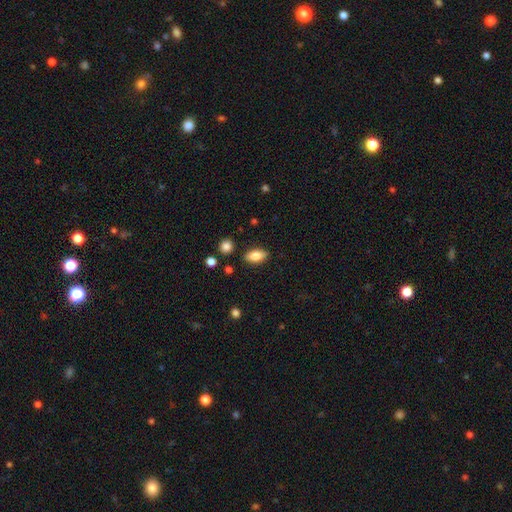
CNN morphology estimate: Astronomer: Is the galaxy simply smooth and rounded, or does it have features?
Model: smooth — 77%.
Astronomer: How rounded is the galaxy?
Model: in between — 87%.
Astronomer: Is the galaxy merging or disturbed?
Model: none — 86%.